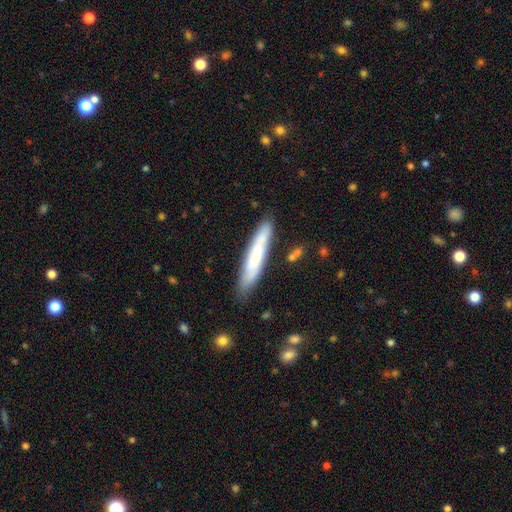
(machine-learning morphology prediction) smooth-or-featured: smooth: 66% | featured or disk: 28% | star or artifact: 6%
  how-rounded: cigar-shaped: 92% | in between: 7% | round: 1%
  merging: none: 83% | minor disturbance: 13% | merger: 2% | major disturbance: 2%